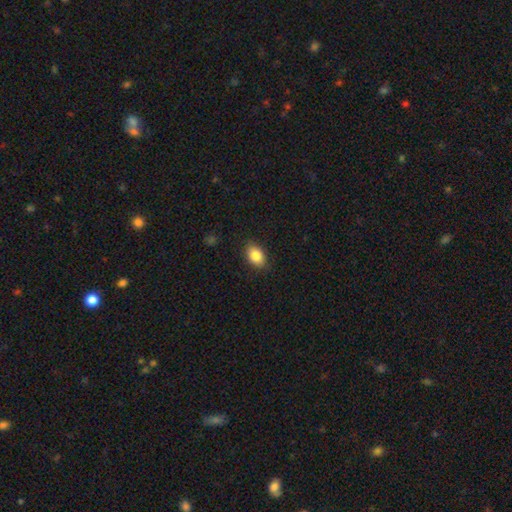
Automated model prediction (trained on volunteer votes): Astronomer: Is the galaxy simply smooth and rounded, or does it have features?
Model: smooth — 84%.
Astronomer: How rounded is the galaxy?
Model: in between — 82%.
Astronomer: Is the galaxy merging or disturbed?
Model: none — 85%.